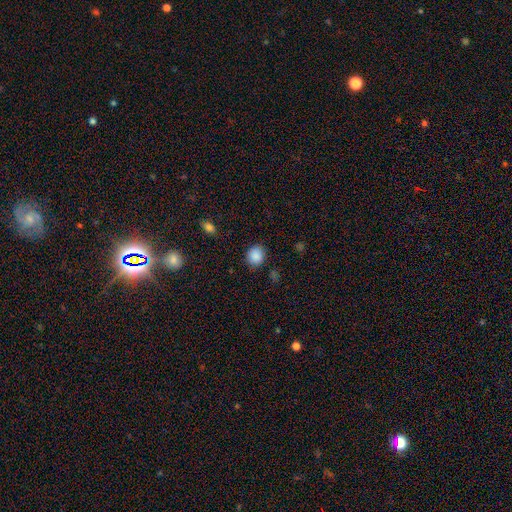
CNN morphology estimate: The model was most divided on "how rounded": round: 72%, in between: 27%, cigar-shaped: 1%. More confident: smooth or featured — smooth (87%); merging — none (84%).